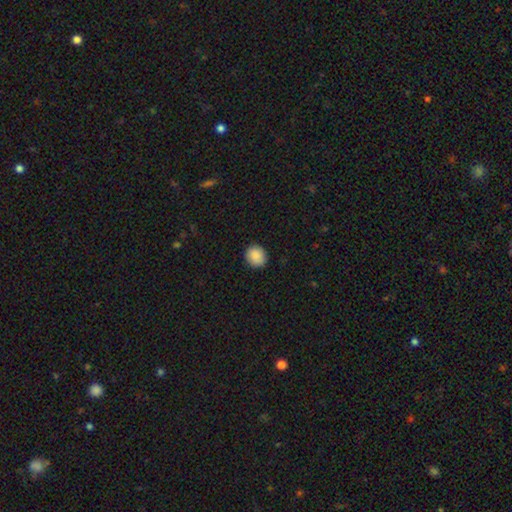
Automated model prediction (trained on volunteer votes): This appears to be a smooth galaxy with no disk features (89%) that is round (83%). Merging: none (89%).